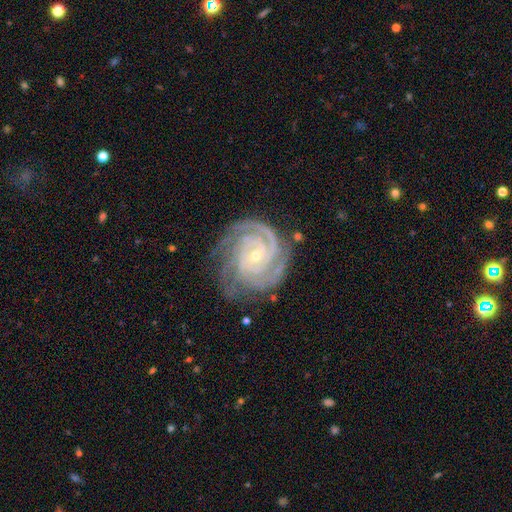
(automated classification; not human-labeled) smooth-or-featured: featured or disk: 92% | star or artifact: 5% | smooth: 3%
  disk-edge-on: no: 98% | yes: 2%
    bar: no: 67% | weak: 23% | strong: 10%
    has-spiral-arms: yes: 99% | no: 1%
      spiral-winding: tight: 80% | medium: 18% | loose: 2%
      spiral-arm-count: 3: 35% | 4: 25% | 2: 16% | can't tell: 11% | more than 4: 7% | 1: 6%
    bulge-size: small: 74% | moderate: 23% | none: 1% | large: 1% | dominant: 1%
  merging: none: 75% | minor disturbance: 18% | major disturbance: 6% | merger: 1%